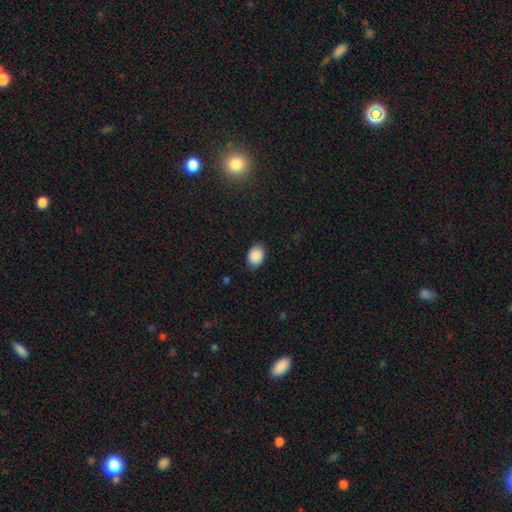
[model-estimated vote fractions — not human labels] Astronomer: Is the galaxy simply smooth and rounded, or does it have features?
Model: smooth — 90%.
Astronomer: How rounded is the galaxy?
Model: in between — 75%.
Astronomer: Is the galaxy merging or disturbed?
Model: none — 84%.